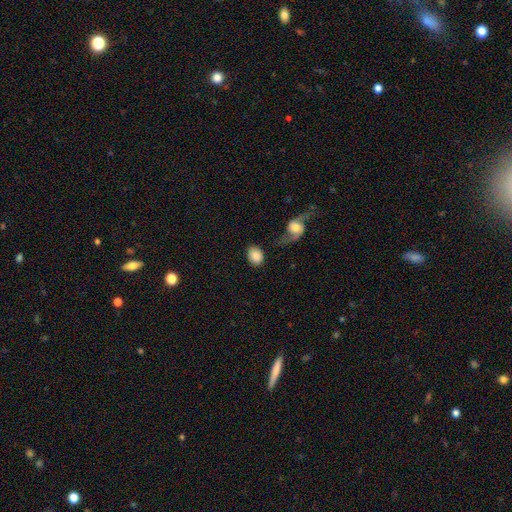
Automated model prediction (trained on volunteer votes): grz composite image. It shows a smooth galaxy with no disk features (83%) that is in between round and cigar-shaped (58%). Merging: none (63%).